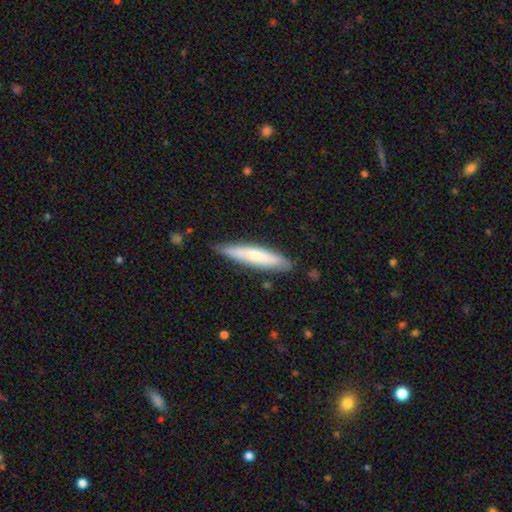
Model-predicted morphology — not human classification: Smooth or featured? smooth (65%)
How rounded? cigar-shaped (86%)
Merging? none (82%)